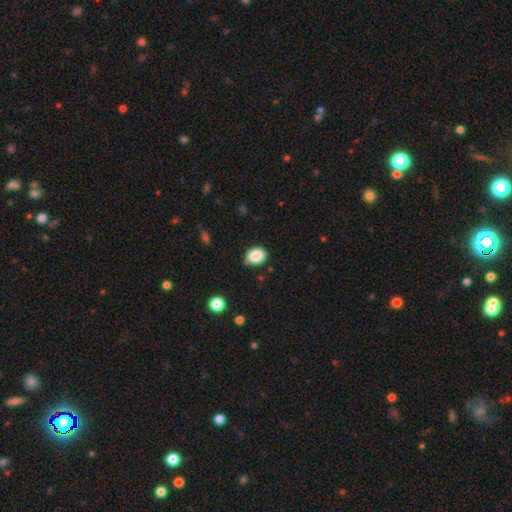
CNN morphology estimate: Smooth or featured: smooth — 87% (star or artifact — 9%)
How rounded: in between — 55% (round — 44%)
Merging: none — 77% (minor disturbance — 18%)